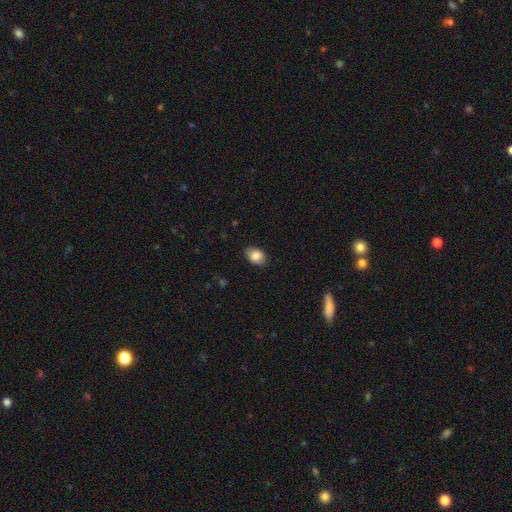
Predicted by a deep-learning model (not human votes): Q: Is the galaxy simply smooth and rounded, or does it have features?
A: smooth — 85%.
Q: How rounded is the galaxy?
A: in between — 79%.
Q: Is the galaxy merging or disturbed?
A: none — 84%.